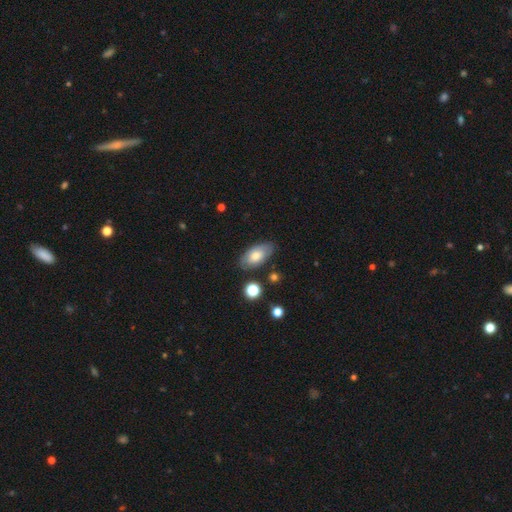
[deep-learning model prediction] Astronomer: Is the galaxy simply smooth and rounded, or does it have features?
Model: smooth — 66%.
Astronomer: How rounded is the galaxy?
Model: in between — 93%.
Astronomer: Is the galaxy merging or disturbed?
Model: none — 78%.